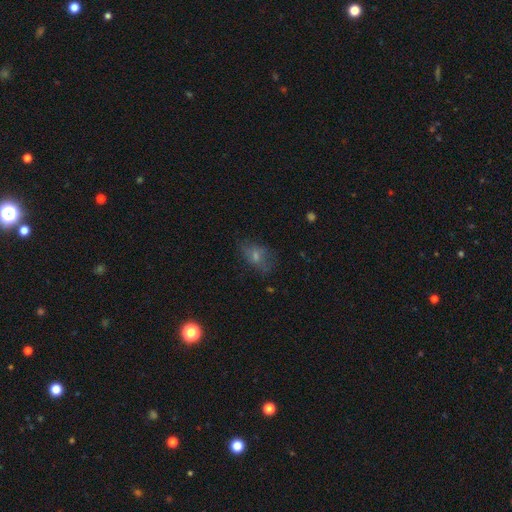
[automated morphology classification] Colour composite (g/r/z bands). It shows a smooth galaxy with no disk features (48%). Merging: none (61%).